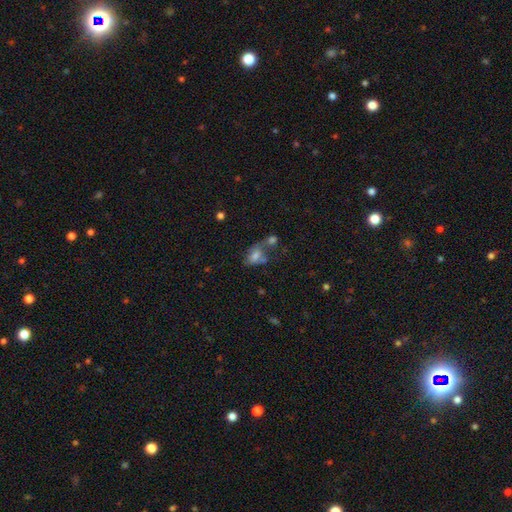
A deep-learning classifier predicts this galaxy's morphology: Q: Smooth or featured?
A: smooth (61%); runner-up: featured or disk (23%)
Q: How rounded?
A: in between (80%); runner-up: round (17%)
Q: Merging?
A: merger (41%); runner-up: none (27%)